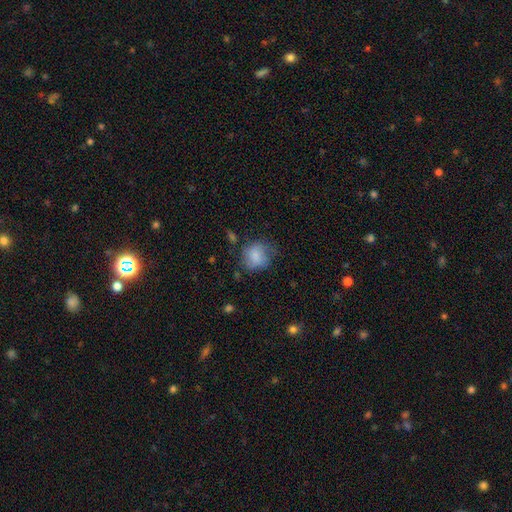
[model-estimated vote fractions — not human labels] A smooth galaxy with no disk features (78%) that is round (71%). Merging: none (54%).